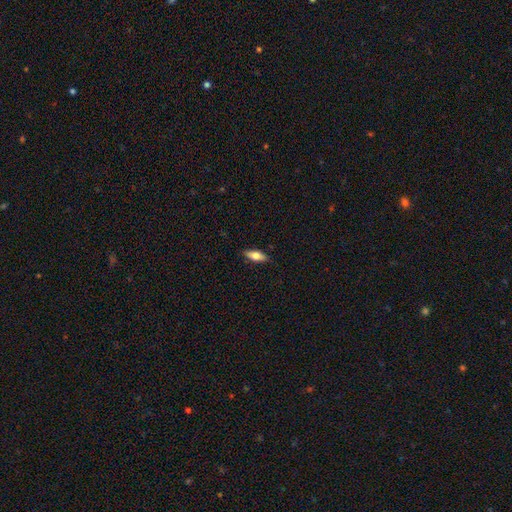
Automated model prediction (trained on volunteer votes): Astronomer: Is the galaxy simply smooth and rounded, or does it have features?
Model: smooth — 68%.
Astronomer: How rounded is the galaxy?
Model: in between — 69%.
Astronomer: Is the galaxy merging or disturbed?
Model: none — 87%.